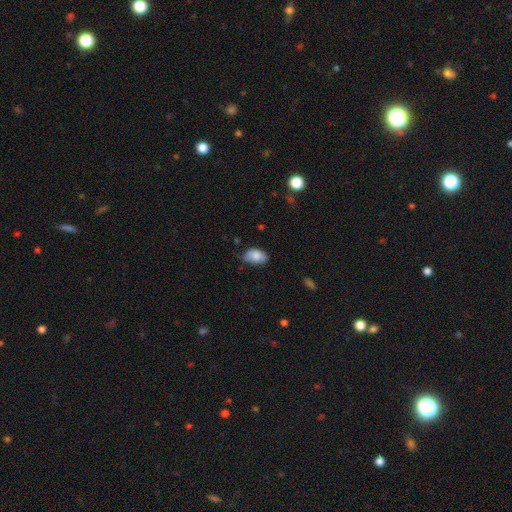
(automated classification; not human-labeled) A smooth galaxy with no disk features (83%) that is in between round and cigar-shaped (90%).

Vote fractions:
- Smooth or featured? smooth: 83% / featured or disk: 10% / star or artifact: 7%
- How rounded? in between: 90% / round: 9% / cigar-shaped: 1%
- Merging? none: 62% / minor disturbance: 31% / major disturbance: 5% / merger: 2%